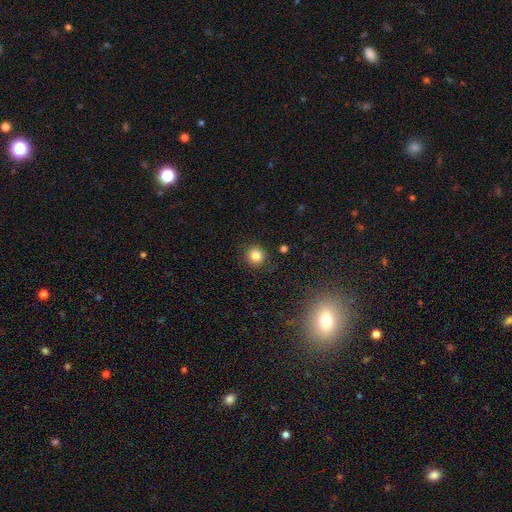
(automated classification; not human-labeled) This appears to be a smooth galaxy with no disk features (83%) that is round (92%). Merging: none (89%).